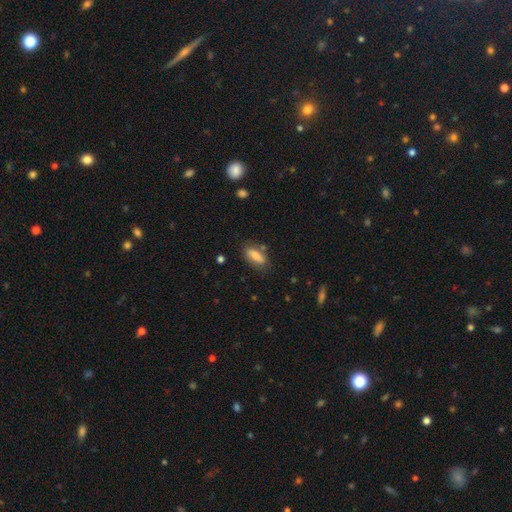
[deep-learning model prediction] Overall: smooth (76%). How rounded: in between (76%). Merging: none (76%).